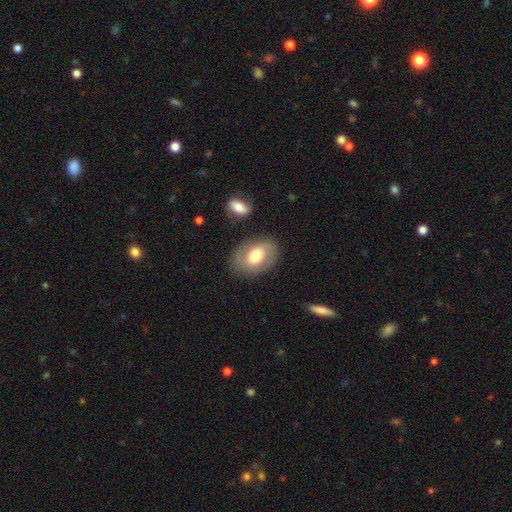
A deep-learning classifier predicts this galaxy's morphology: Smooth or featured: smooth — 58% (featured or disk — 36%)
How rounded: in between — 80% (round — 19%)
Merging: none — 77% (minor disturbance — 14%)